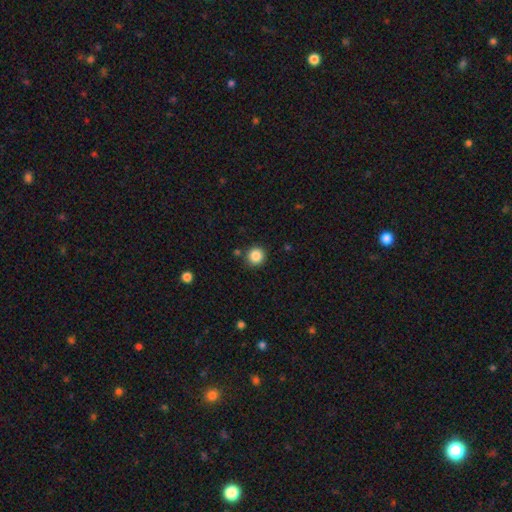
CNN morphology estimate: Smooth or featured?
  - smooth: 86% *
  - star or artifact: 10%
  - featured or disk: 4%
How rounded?
  - round: 94% *
  - in between: 5%
  - cigar-shaped: 1%
Merging?
  - none: 88% *
  - minor disturbance: 7%
  - merger: 3%
  - major disturbance: 2%